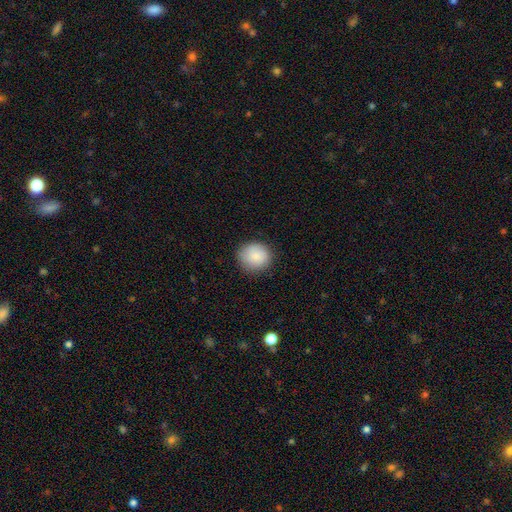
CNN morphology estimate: A smooth galaxy with no disk features (87%) that is round (85%).

Vote fractions:
- Smooth or featured? smooth: 87% / star or artifact: 7% / featured or disk: 6%
- How rounded? round: 85% / in between: 14% / cigar-shaped: 1%
- Merging? none: 85% / minor disturbance: 11% / major disturbance: 3% / merger: 1%